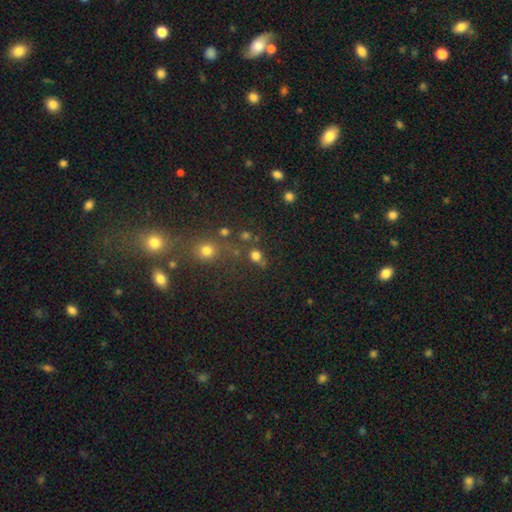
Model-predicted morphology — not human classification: Smooth or featured?
  - smooth: 73% *
  - star or artifact: 20%
  - featured or disk: 7%
How rounded?
  - round: 81% *
  - in between: 18%
  - cigar-shaped: 1%
Merging?
  - none: 64% *
  - merger: 18%
  - minor disturbance: 11%
  - major disturbance: 7%